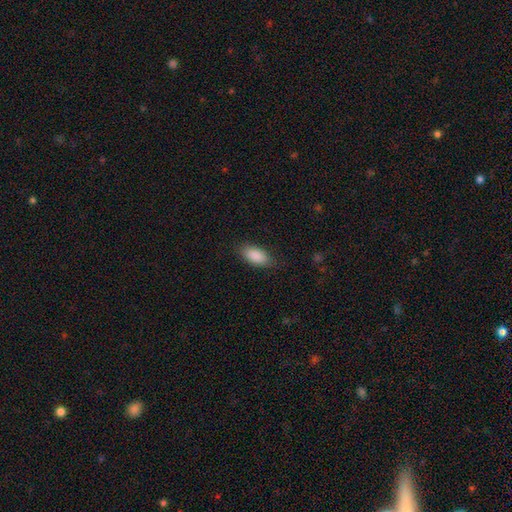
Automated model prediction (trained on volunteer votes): smooth-or-featured: smooth: 89% | star or artifact: 6% | featured or disk: 4%
  how-rounded: in between: 90% | cigar-shaped: 8% | round: 3%
  merging: none: 82% | minor disturbance: 13% | major disturbance: 4% | merger: 1%